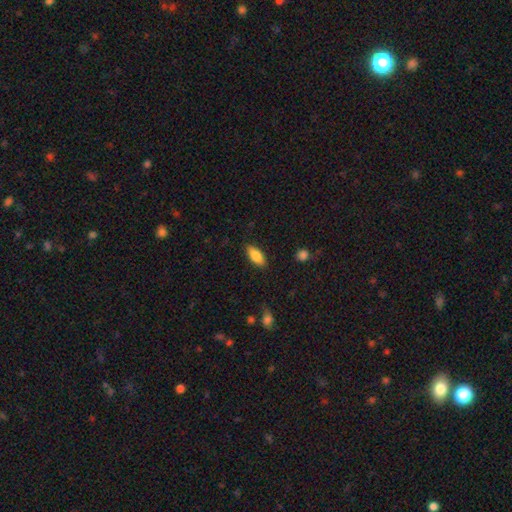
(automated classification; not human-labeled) This appears to be a smooth galaxy with no disk features (82%) that is in between round and cigar-shaped (80%). Merging: none (86%).